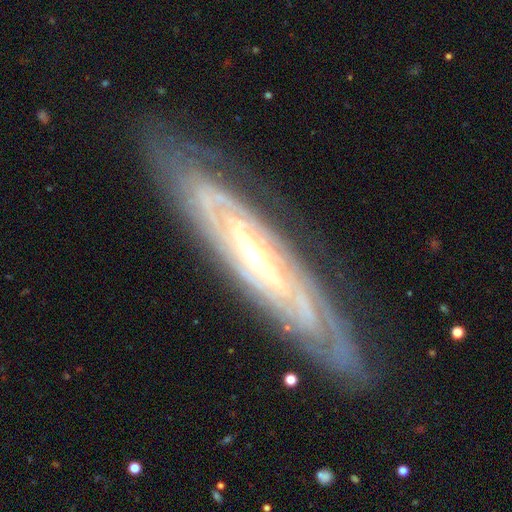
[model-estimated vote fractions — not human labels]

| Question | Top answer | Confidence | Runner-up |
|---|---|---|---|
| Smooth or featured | featured or disk | 86% | smooth (8%) |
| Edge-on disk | no | 70% | yes (30%) |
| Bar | no | 46% | weak (31%) |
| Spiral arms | yes | 93% | no (7%) |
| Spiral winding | tight | 76% | medium (19%) |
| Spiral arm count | can't tell | 49% | 2 (21%) |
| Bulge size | small | 70% | moderate (25%) |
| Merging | none | 82% | minor disturbance (13%) |